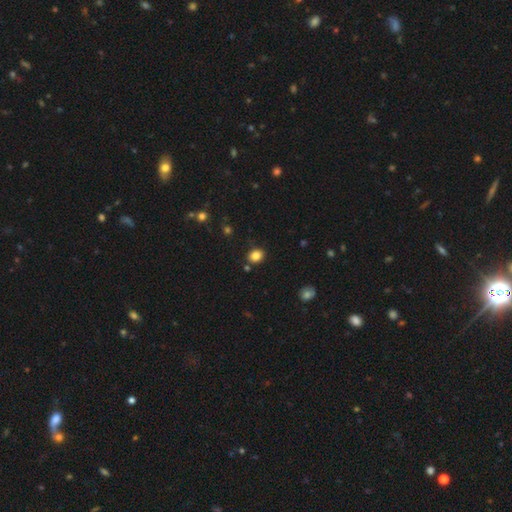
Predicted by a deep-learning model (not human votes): Morphology: type=smooth (83%); roundness=round (64%); merging=none (83%).